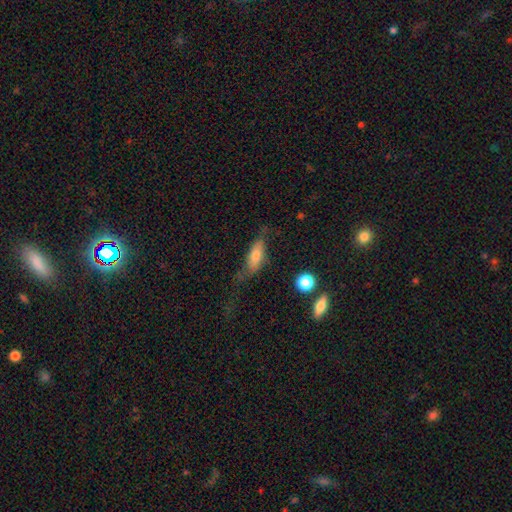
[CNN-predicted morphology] smooth_or_featured: smooth (p=0.62) [alt: featured or disk p=0.30]
how_rounded: in between (p=0.69) [alt: cigar-shaped p=0.27]
merging: none (p=0.46) [alt: minor disturbance p=0.27]